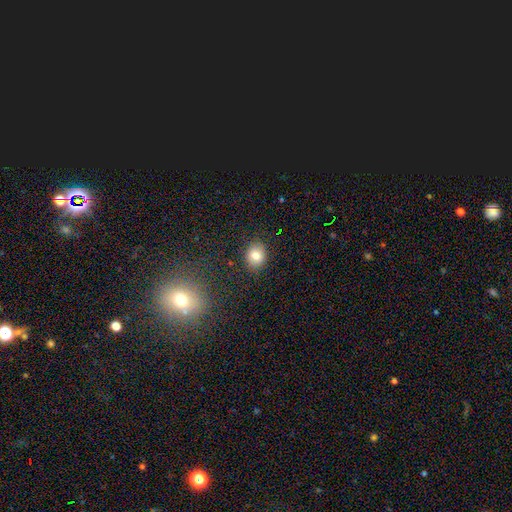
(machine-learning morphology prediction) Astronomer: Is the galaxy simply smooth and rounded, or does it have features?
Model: smooth — 80%.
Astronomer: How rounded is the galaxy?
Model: round — 60% (runner-up: in between, 39%).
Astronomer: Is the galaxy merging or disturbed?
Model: none — 87%.